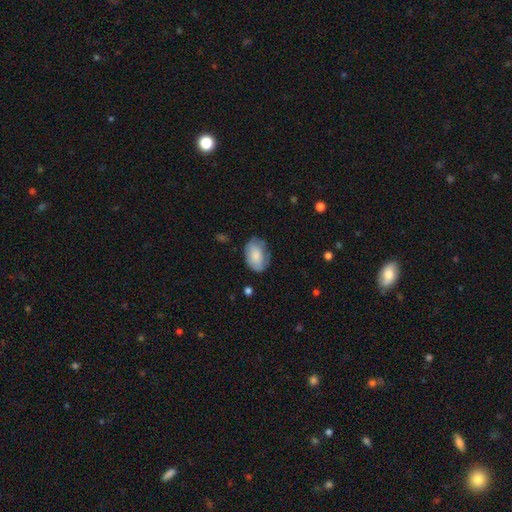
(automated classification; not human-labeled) Overall: smooth (78%). How rounded: in between (85%). Merging: none (65%; minor disturbance 26%).